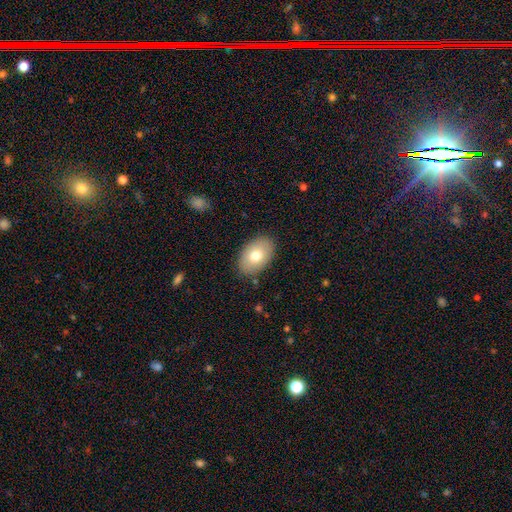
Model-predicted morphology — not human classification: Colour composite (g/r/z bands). It shows a smooth galaxy with no disk features (75%) that is in between round and cigar-shaped (90%). Merging: none (86%).